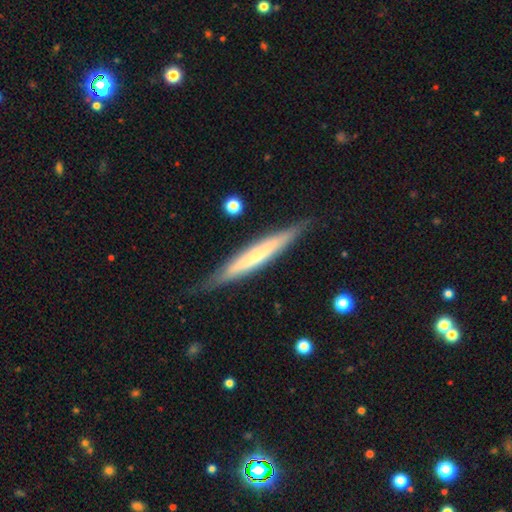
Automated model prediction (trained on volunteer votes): Smooth or featured? Predicted: featured or disk (p=0.55). Edge-on disk? Predicted: yes (p=0.91). Edge-on bulge? Predicted: none (p=0.52). Merging? Predicted: none (p=0.84).